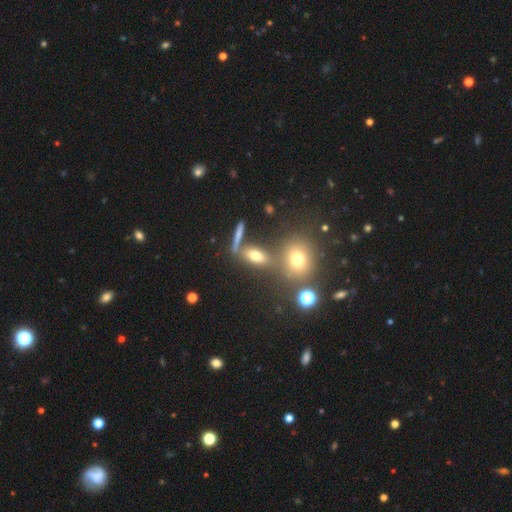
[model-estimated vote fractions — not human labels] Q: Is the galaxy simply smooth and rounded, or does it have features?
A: smooth — 65%.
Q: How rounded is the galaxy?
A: in between — 54%.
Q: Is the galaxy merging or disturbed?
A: none — 66%.